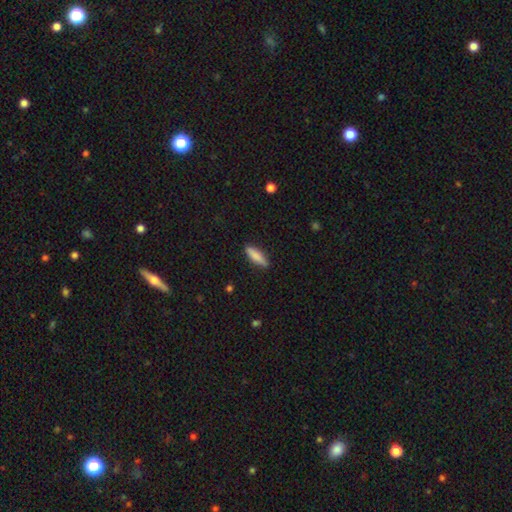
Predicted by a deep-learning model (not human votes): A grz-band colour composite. It shows a smooth galaxy with no disk features (83%) that is cigar-shaped (59%). Merging: none (88%).